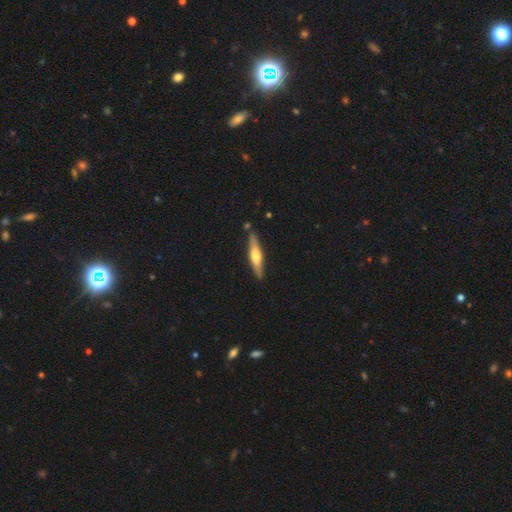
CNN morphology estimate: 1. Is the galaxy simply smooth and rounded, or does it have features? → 54% featured or disk, 42% smooth, 5% star or artifact.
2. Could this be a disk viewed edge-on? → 93% yes, 7% no.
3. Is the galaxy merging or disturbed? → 86% none, 10% minor disturbance, 3% merger, 2% major disturbance.